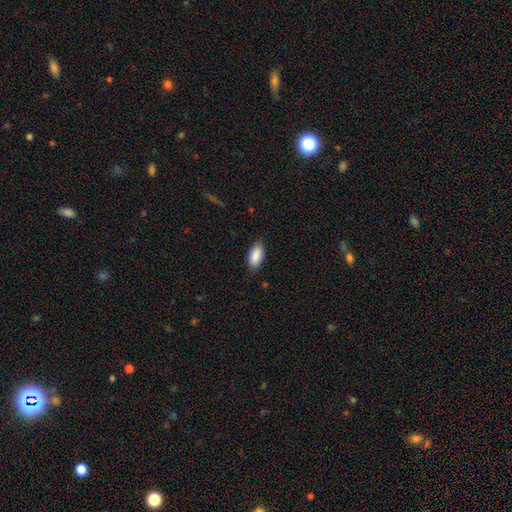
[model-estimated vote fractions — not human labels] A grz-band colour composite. It shows a smooth galaxy with no disk features (90%) that is in between round and cigar-shaped (92%). Merging: none (86%).